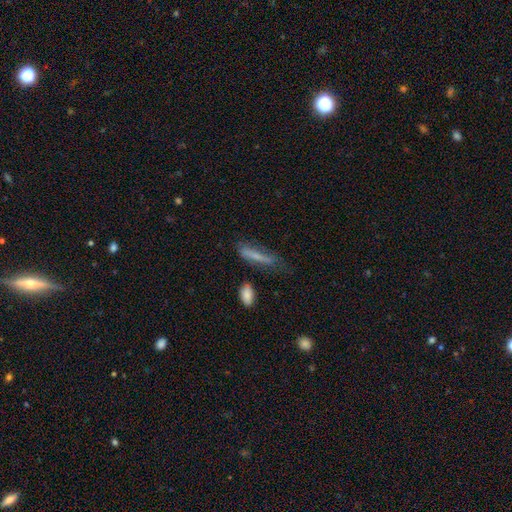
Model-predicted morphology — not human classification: smooth 63%, featured or disk 26%, star or artifact 10%. Down the decision tree: how rounded — cigar-shaped (76%); merging — none (45%).